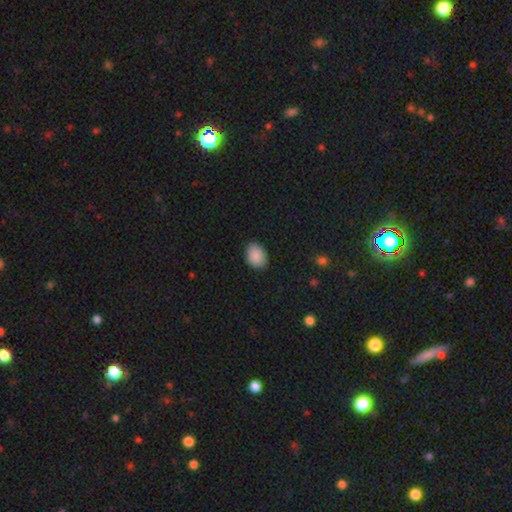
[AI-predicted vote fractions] Q: Smooth or featured?
A: smooth (89%); runner-up: star or artifact (7%)
Q: How rounded?
A: in between (71%); runner-up: round (28%)
Q: Merging?
A: none (82%); runner-up: minor disturbance (14%)